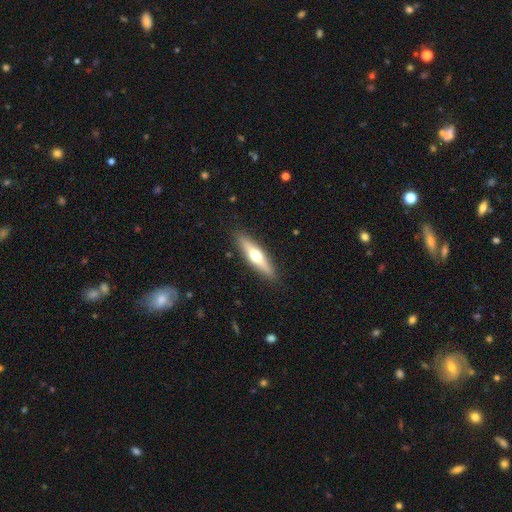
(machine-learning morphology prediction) type=featured or disk (52%); edge-on=yes (91%); merging=none (89%).